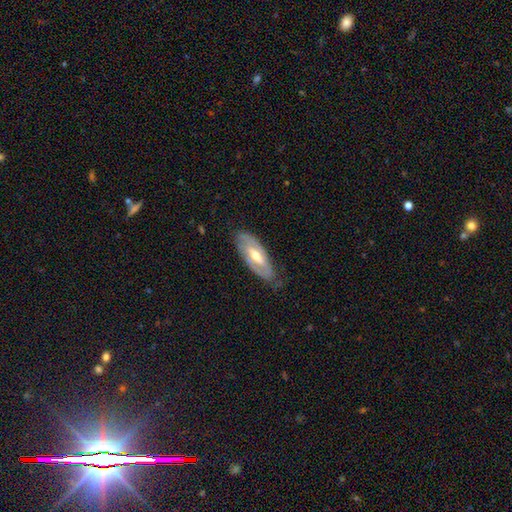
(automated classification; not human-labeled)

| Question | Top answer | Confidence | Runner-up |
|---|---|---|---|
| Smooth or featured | featured or disk | 71% | smooth (24%) |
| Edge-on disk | no | 83% | yes (17%) |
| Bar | weak | 42% | strong (36%) |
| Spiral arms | yes | 70% | no (30%) |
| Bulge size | moderate | 67% | small (25%) |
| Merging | none | 78% | minor disturbance (16%) |